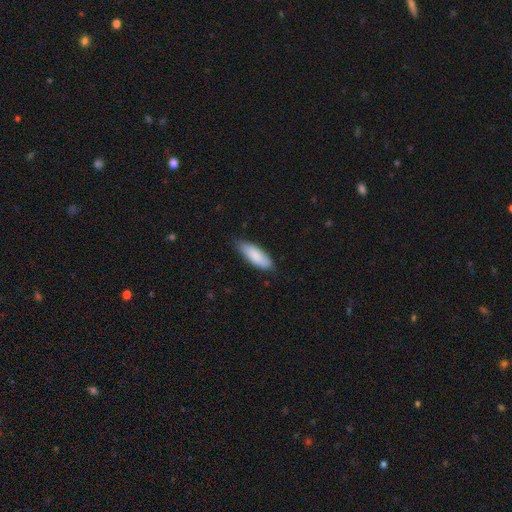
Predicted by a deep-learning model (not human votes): smooth_or_featured: smooth (p=0.86) [alt: featured or disk p=0.09]
how_rounded: in between (p=0.66) [alt: cigar-shaped p=0.32]
merging: none (p=0.75) [alt: minor disturbance p=0.21]